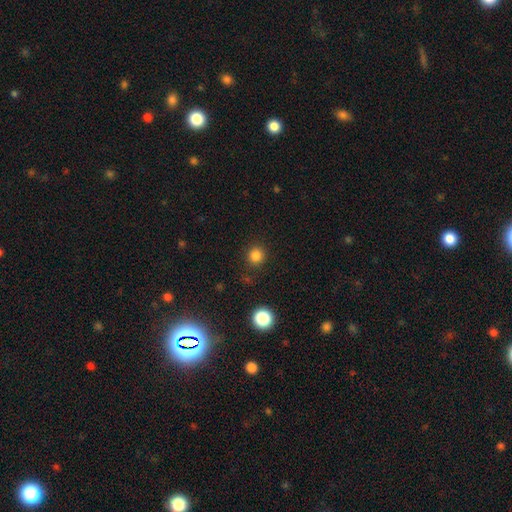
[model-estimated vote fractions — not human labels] This appears to be a smooth galaxy with no disk features (83%) that is round (92%). Merging: none (89%).